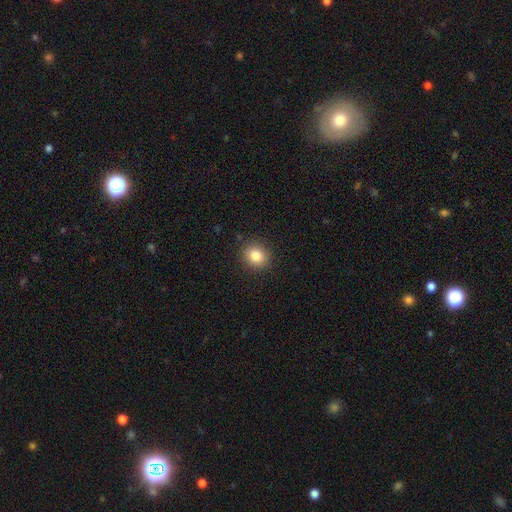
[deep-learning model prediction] A smooth galaxy with no disk features (83%) that is round (82%).

Vote fractions:
- Smooth or featured? smooth: 83% / star or artifact: 10% / featured or disk: 6%
- How rounded? round: 82% / in between: 17% / cigar-shaped: 1%
- Merging? none: 90% / minor disturbance: 7% / major disturbance: 2% / merger: 1%